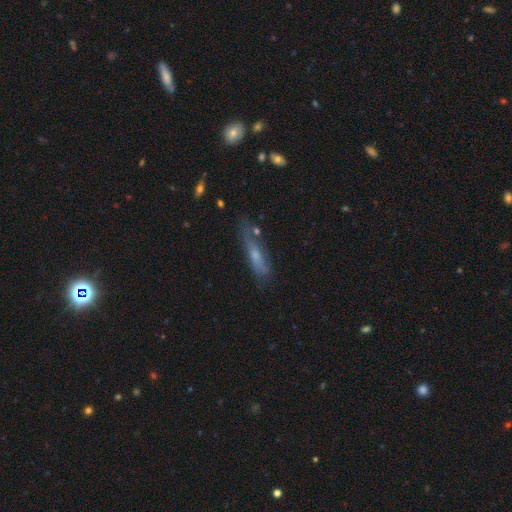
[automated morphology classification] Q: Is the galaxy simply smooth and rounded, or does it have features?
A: smooth — 45%.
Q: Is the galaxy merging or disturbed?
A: none — 62%.